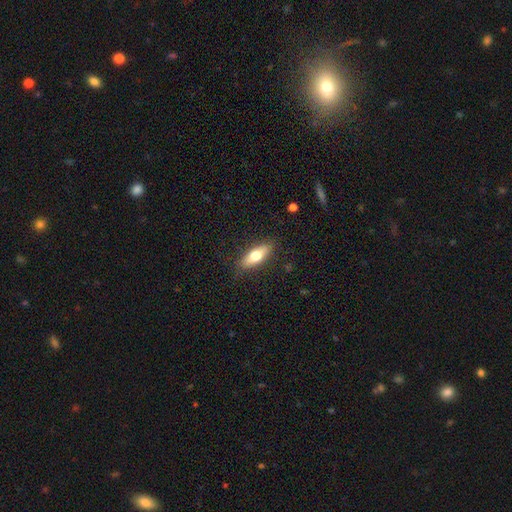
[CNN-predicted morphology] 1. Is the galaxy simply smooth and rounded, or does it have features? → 64% smooth, 30% featured or disk, 6% star or artifact.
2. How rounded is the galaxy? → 60% in between, 37% cigar-shaped, 3% round.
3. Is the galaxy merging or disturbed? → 85% none, 11% minor disturbance, 3% major disturbance, 1% merger.